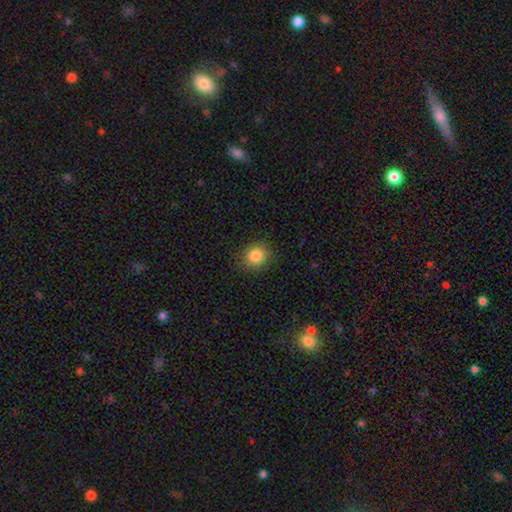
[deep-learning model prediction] Overall: smooth (85%). How rounded: round (79%). Merging: none (88%).